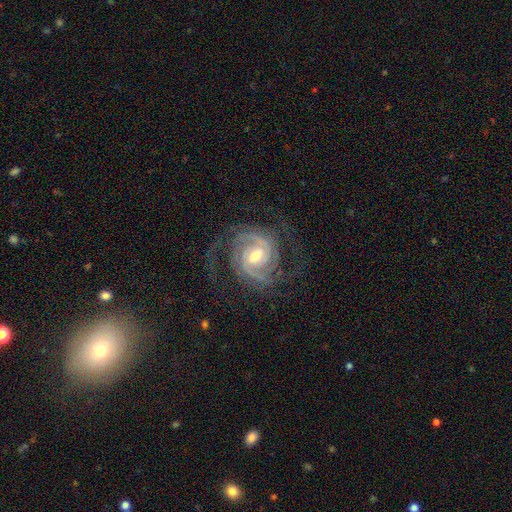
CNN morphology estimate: Overall: featured or disk (92%). Edge-on disk: no (98%). Bar: weak (48%; no 29%). Spiral arms: yes (99%). Spiral arm count: 2 (50%; 3 23%). Spiral winding: tight (59%; medium 35%). Bulge size: moderate (61%; small 33%). Merging: none (74%).